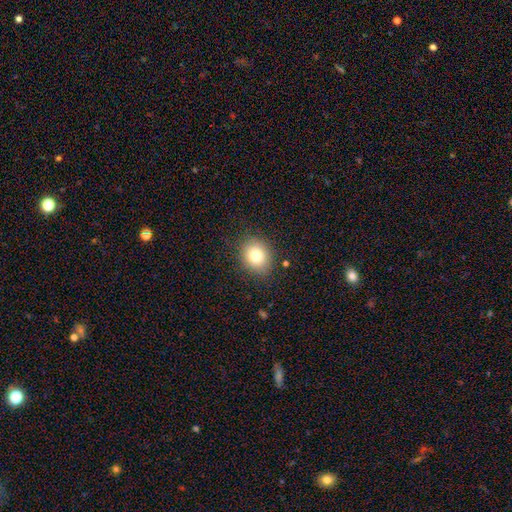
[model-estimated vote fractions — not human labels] Morphology: type=smooth (78%); roundness=round (68%); merging=none (86%).